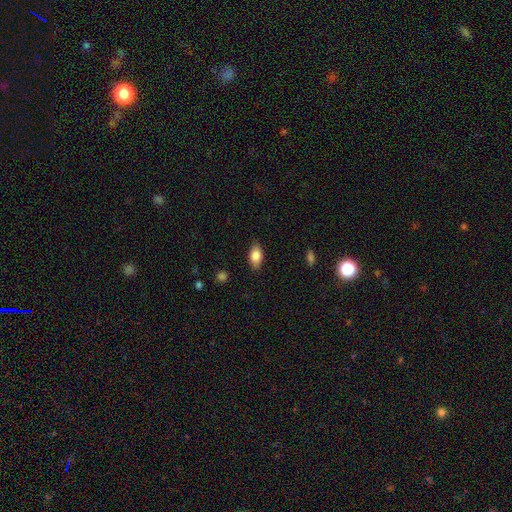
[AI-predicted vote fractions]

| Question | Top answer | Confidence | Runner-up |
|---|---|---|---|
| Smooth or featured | smooth | 83% | featured or disk (10%) |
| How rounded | in between | 90% | round (6%) |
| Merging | none | 85% | minor disturbance (12%) |